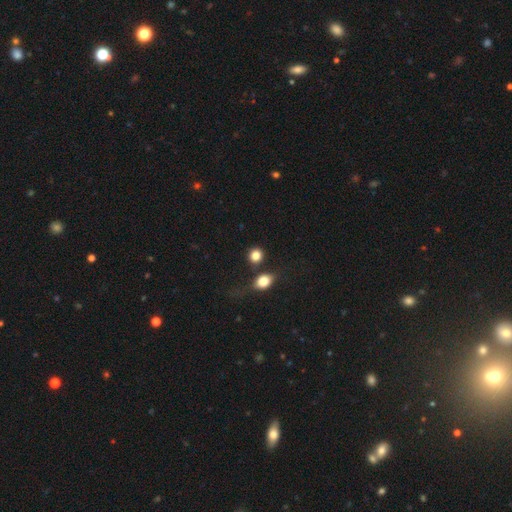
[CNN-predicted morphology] Smooth or featured: smooth — 83% (star or artifact — 11%)
How rounded: round — 82% (in between — 17%)
Merging: none — 73% (merger — 13%)